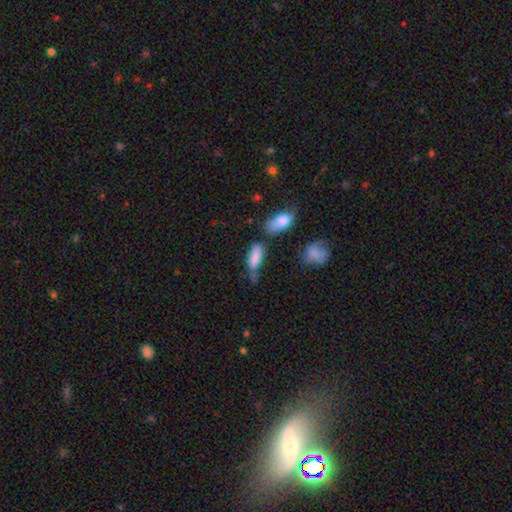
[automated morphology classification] This appears to be a smooth galaxy with no disk features (83%) that is in between round and cigar-shaped (74%). Merging: none (42%).